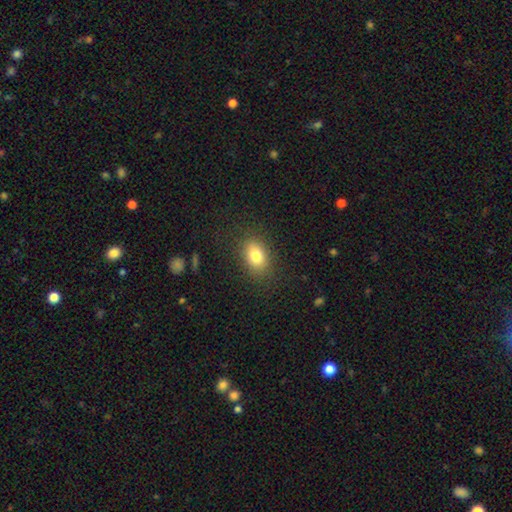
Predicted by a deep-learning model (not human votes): The model was most divided on "how rounded": in between: 77%, round: 21%, cigar-shaped: 1%. More confident: merging — none (84%); smooth or featured — smooth (80%).